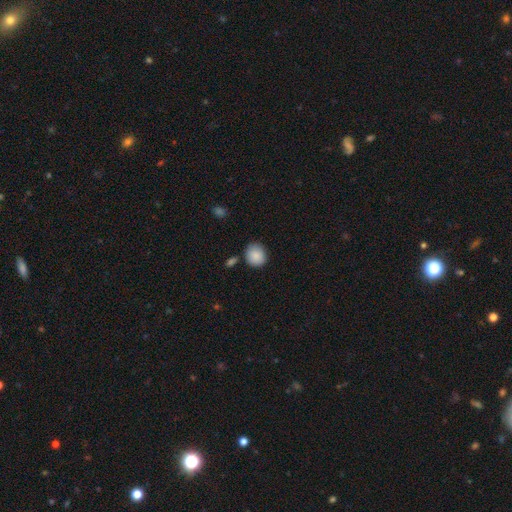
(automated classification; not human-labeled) This is clearly a smooth galaxy (88%). How rounded: likely round (79%). Merging: likely none (79%).